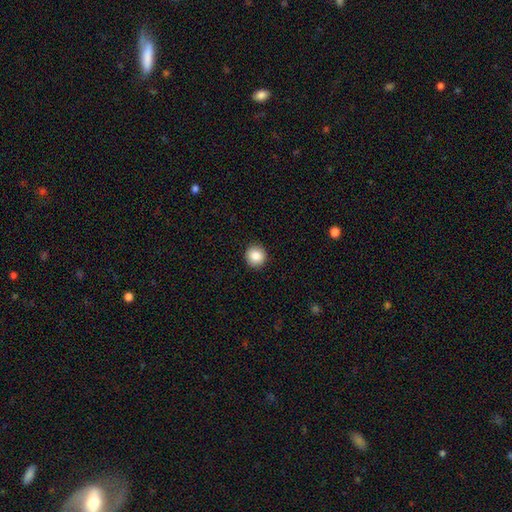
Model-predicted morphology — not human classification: A smooth galaxy with no disk features (87%) that is round (94%).

Vote fractions:
- Smooth or featured? smooth: 87% / star or artifact: 9% / featured or disk: 4%
- How rounded? round: 94% / in between: 5% / cigar-shaped: 1%
- Merging? none: 93% / minor disturbance: 5% / major disturbance: 2% / merger: 1%